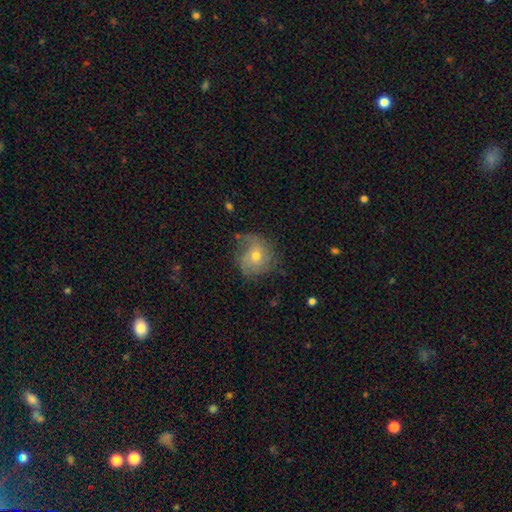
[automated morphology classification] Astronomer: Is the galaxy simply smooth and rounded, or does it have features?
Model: featured or disk — 47% (runner-up: smooth, 42%).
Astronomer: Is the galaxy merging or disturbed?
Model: none — 58%.